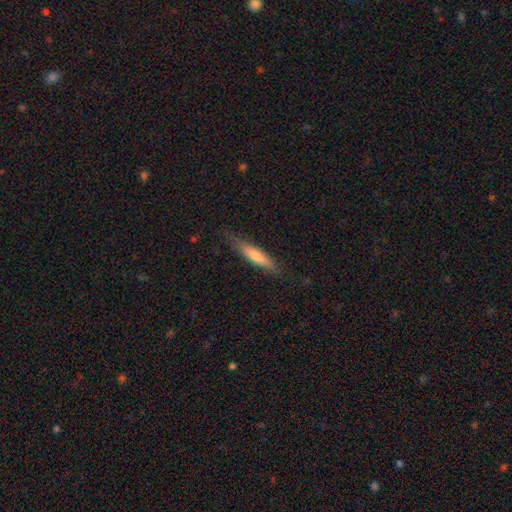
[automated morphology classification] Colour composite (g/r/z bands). It shows a smooth galaxy with no disk features (64%) that is cigar-shaped (87%). Merging: none (81%).